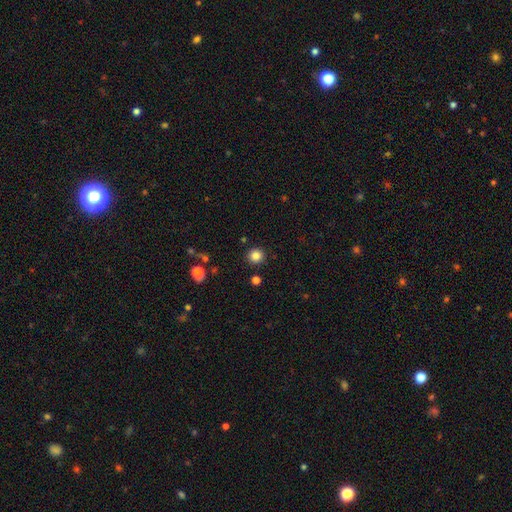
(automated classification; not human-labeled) The model was most divided on "smooth or featured": smooth: 84%, star or artifact: 12%, featured or disk: 4%. More confident: how rounded — round (94%); merging — none (90%).